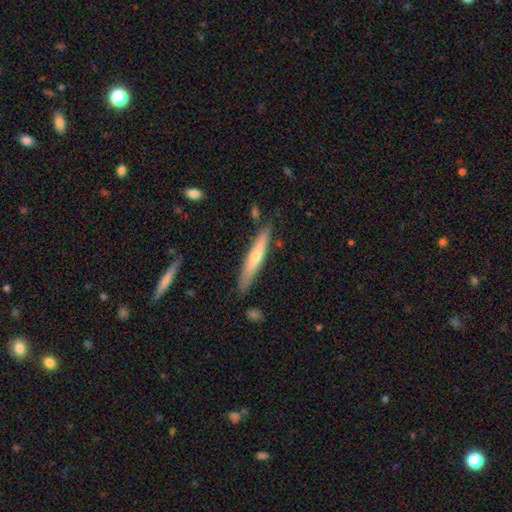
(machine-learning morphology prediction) A smooth galaxy with no disk features (49%). Merging: none (83%).